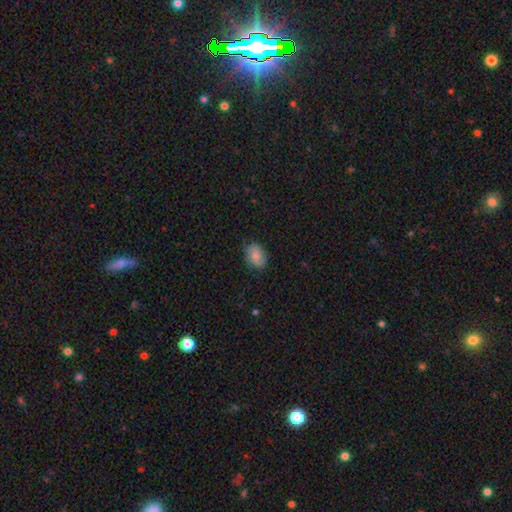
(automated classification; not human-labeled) Smooth or featured? Predicted: smooth (p=0.77). How rounded? Predicted: in between (p=0.77). Merging? Predicted: none (p=0.77).